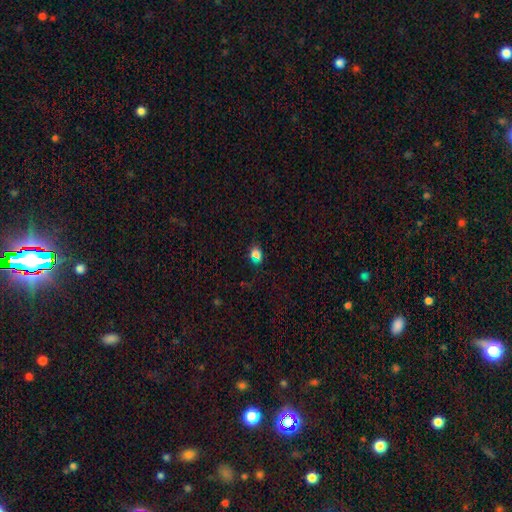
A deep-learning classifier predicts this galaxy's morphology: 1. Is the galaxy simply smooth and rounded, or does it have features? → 68% smooth, 25% star or artifact, 7% featured or disk.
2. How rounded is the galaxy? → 63% in between, 34% round, 3% cigar-shaped.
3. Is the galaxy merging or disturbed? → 79% none, 13% minor disturbance, 4% major disturbance, 3% merger.